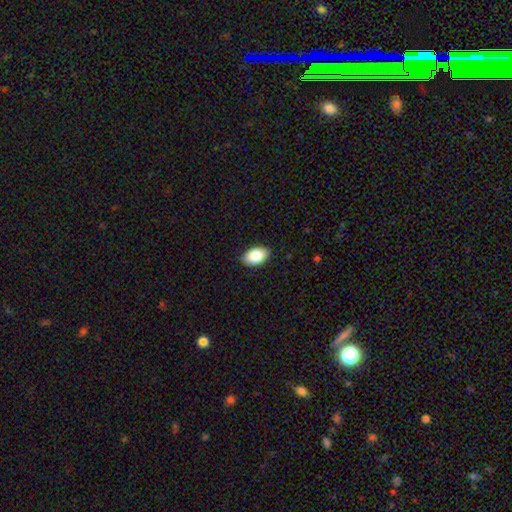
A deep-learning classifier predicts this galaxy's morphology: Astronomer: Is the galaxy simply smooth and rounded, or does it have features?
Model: smooth — 85%.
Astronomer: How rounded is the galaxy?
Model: in between — 93%.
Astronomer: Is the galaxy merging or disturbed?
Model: none — 88%.